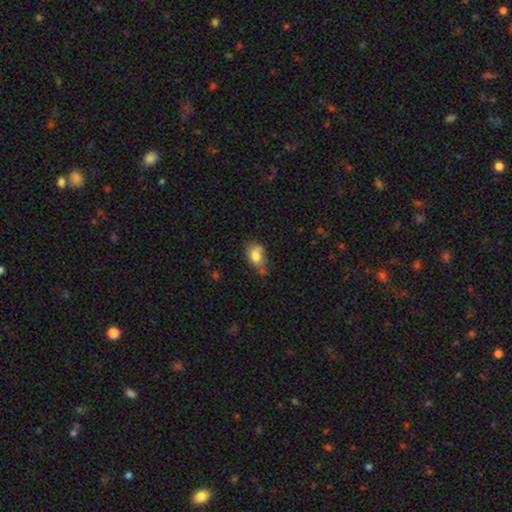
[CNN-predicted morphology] smooth 78%, featured or disk 14%, star or artifact 9%. Down the decision tree: how rounded — in between (83%); merging — none (51%).